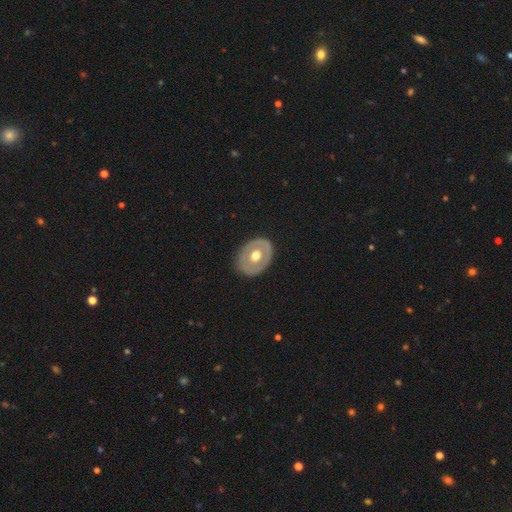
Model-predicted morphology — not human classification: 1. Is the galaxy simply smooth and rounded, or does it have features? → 51% featured or disk, 44% smooth, 5% star or artifact.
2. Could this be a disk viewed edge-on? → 92% no, 8% yes.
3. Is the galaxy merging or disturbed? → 83% none, 12% minor disturbance, 3% major disturbance, 1% merger.